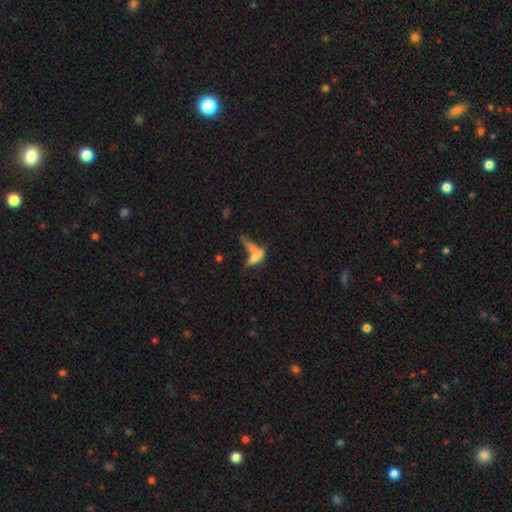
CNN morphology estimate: This is possibly a smooth galaxy (53%). How rounded: possibly cigar-shaped (50%). Merging: possibly merger (46%).